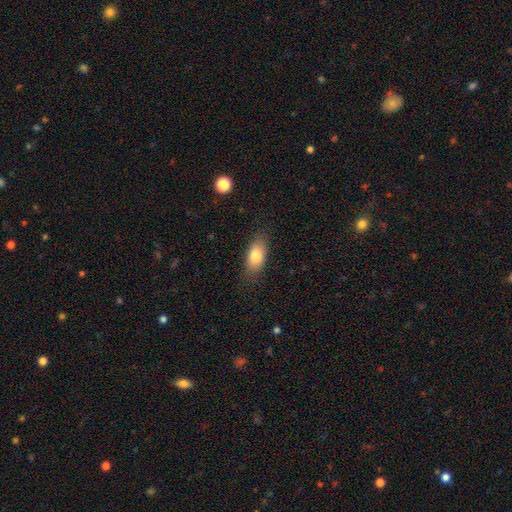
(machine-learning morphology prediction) Smooth or featured? Predicted: smooth (p=0.79). How rounded? Predicted: in between (p=0.86). Merging? Predicted: none (p=0.82).